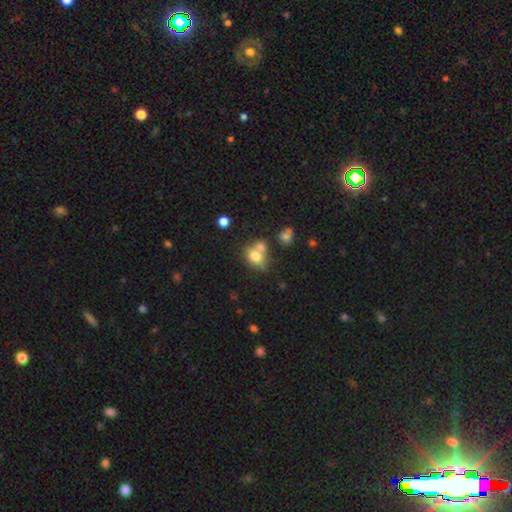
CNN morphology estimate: Q: Smooth or featured?
A: smooth (75%); runner-up: featured or disk (14%)
Q: How rounded?
A: round (57%); runner-up: in between (42%)
Q: Merging?
A: merger (44%); runner-up: none (37%)